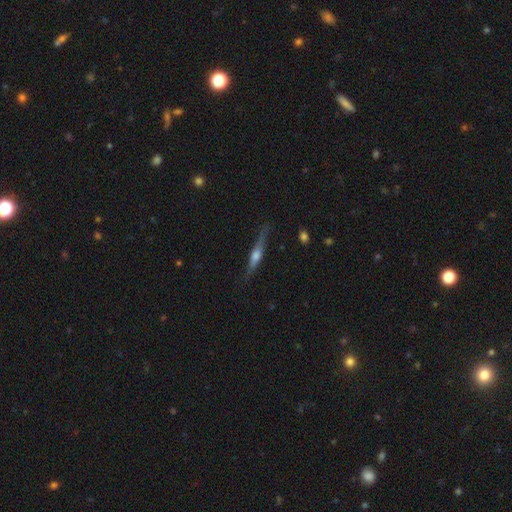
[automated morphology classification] A featured or disk galaxy (71%) viewed edge-on (97%) with a rounded central bulge (86%).

Vote fractions:
- Smooth or featured? featured or disk: 71% / smooth: 22% / star or artifact: 6%
- Edge-on disk? yes: 97% / no: 3%
- Edge-on bulge? rounded: 86% / boxy: 9% / none: 5%
- Merging? none: 82% / minor disturbance: 14% / major disturbance: 3% / merger: 1%